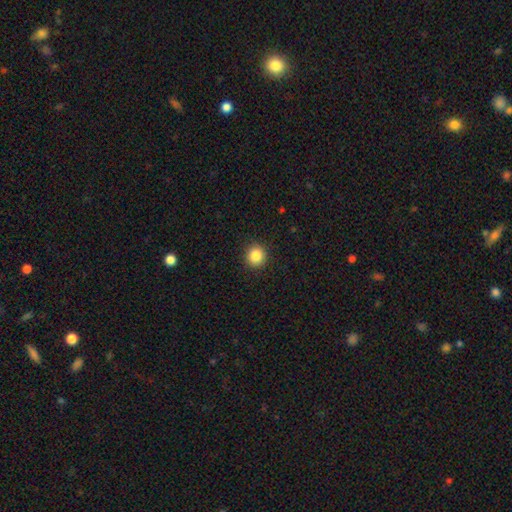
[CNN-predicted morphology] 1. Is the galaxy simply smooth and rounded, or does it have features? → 86% smooth, 10% star or artifact, 4% featured or disk.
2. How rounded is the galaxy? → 93% round, 6% in between, 1% cigar-shaped.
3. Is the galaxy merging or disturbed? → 92% none, 6% minor disturbance, 2% major disturbance, 1% merger.